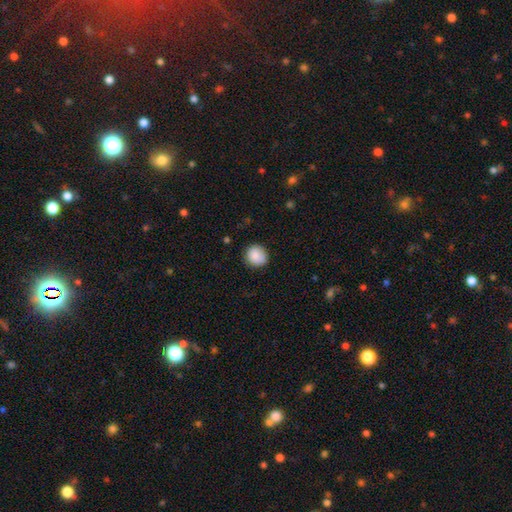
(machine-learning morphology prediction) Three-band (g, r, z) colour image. It shows a smooth galaxy with no disk features (87%) that is round (88%). Merging: none (86%).